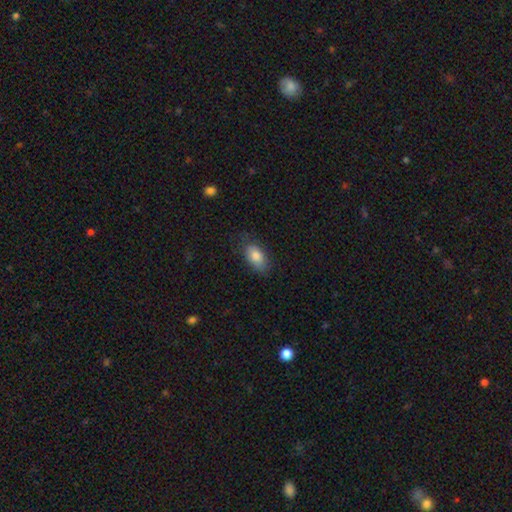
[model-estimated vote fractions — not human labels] The model was most divided on "merging": none: 75%, minor disturbance: 19%, major disturbance: 5%, merger: 1%. More confident: how rounded — in between (91%); smooth or featured — smooth (83%).